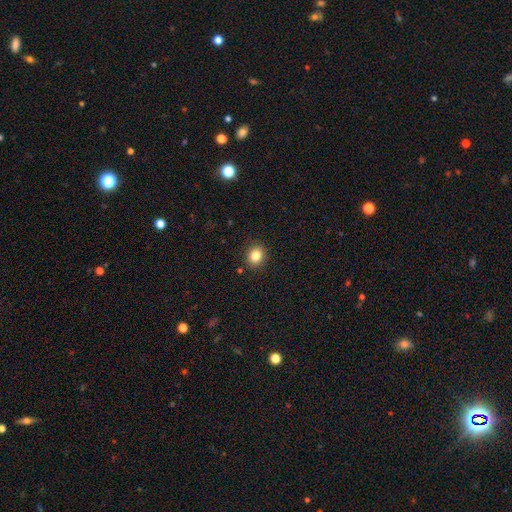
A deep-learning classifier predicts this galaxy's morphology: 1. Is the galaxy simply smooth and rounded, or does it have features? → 83% smooth, 11% star or artifact, 6% featured or disk.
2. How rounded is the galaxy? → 65% round, 34% in between, 1% cigar-shaped.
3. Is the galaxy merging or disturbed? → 90% none, 7% minor disturbance, 2% major disturbance, 1% merger.